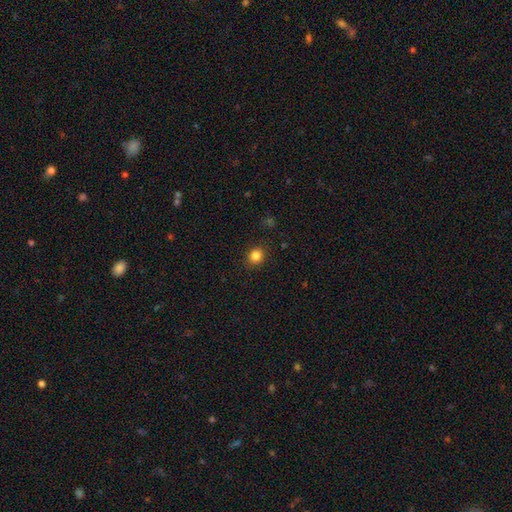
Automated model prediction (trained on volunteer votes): Q: Smooth or featured?
A: smooth (84%); runner-up: star or artifact (12%)
Q: How rounded?
A: round (78%); runner-up: in between (21%)
Q: Merging?
A: none (90%); runner-up: minor disturbance (7%)